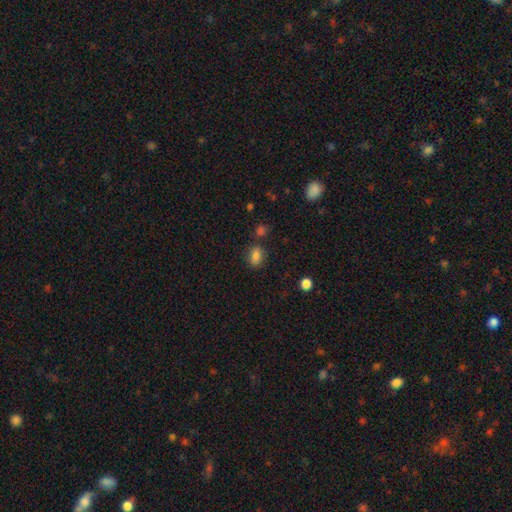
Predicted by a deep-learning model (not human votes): Smooth or featured? Predicted: smooth (p=0.82). How rounded? Predicted: in between (p=0.71). Merging? Predicted: none (p=0.75).